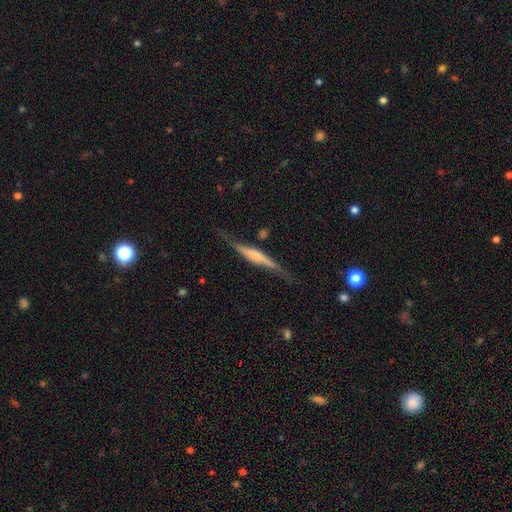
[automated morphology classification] Smooth or featured?
  - featured or disk: 70% *
  - smooth: 24%
  - star or artifact: 6%
Edge-on disk?
  - yes: 92% *
  - no: 8%
Edge-on bulge?
  - rounded: 43% *
  - boxy: 31%
  - none: 26%
Merging?
  - none: 70% *
  - minor disturbance: 20%
  - major disturbance: 7%
  - merger: 3%